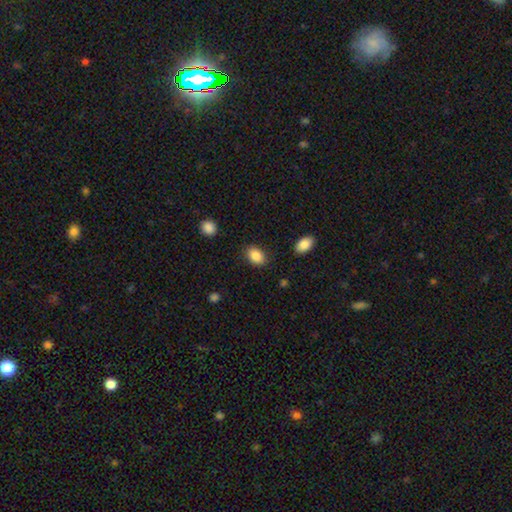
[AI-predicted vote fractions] Overall: smooth (87%). How rounded: in between (82%). Merging: none (83%).